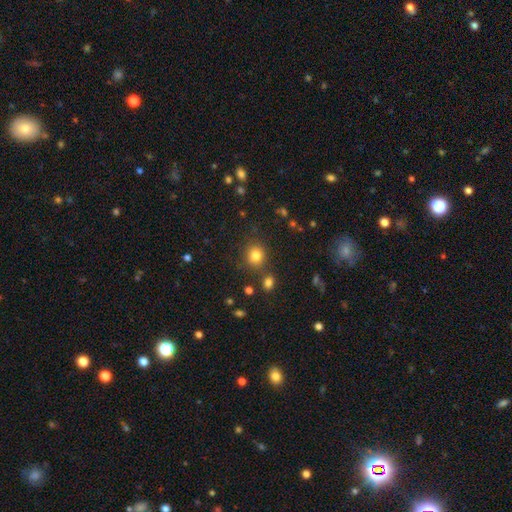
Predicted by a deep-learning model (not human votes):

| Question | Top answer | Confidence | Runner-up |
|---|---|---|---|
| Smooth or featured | smooth | 80% | star or artifact (14%) |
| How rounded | round | 83% | in between (16%) |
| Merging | none | 81% | minor disturbance (9%) |